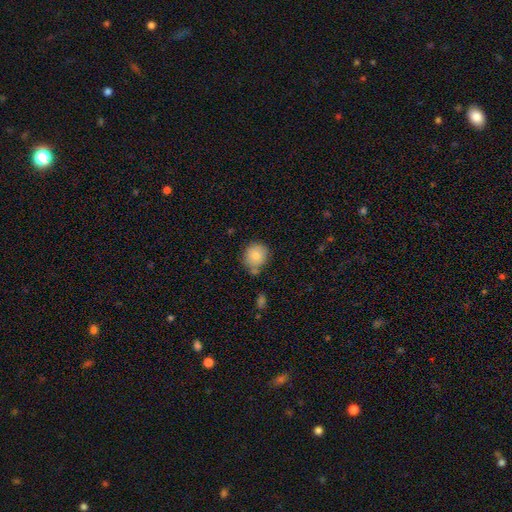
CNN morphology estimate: Smooth or featured: smooth — 79% (featured or disk — 12%)
How rounded: round — 84% (in between — 15%)
Merging: none — 68% (minor disturbance — 18%)